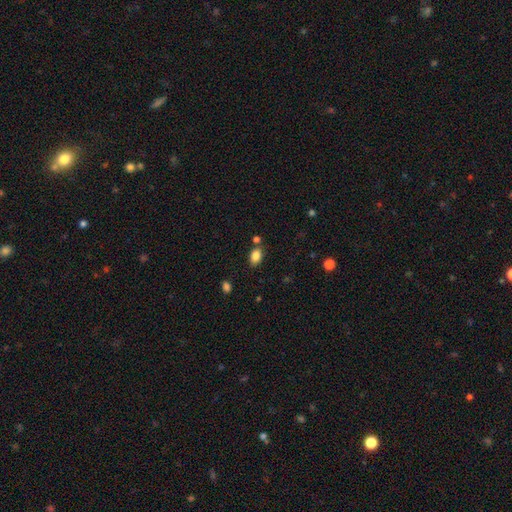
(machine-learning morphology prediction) This is clearly a smooth galaxy (86%). How rounded: clearly in between (83%). Merging: likely none (77%).